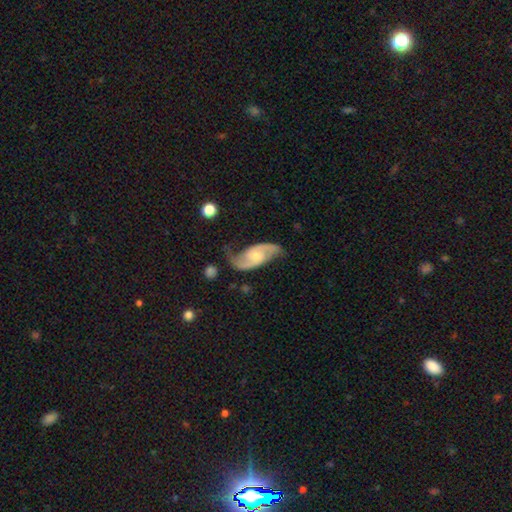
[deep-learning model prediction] Smooth or featured?
  - featured or disk: 88% *
  - smooth: 8%
  - star or artifact: 4%
Edge-on disk?
  - no: 97% *
  - yes: 3%
Bar?
  - no: 57% *
  - weak: 34%
  - strong: 9%
Spiral arms?
  - yes: 97% *
  - no: 3%
Spiral winding?
  - loose: 45% *
  - medium: 42%
  - tight: 13%
Spiral arm count?
  - 2: 93% *
  - can't tell: 3%
  - 1: 2%
  - 3: 1%
  - 4: 1%
  - more than 4: 1%
Bulge size?
  - small: 54% *
  - moderate: 39%
  - none: 4%
  - large: 2%
  - dominant: 1%
Merging?
  - none: 70% *
  - minor disturbance: 19%
  - major disturbance: 9%
  - merger: 2%